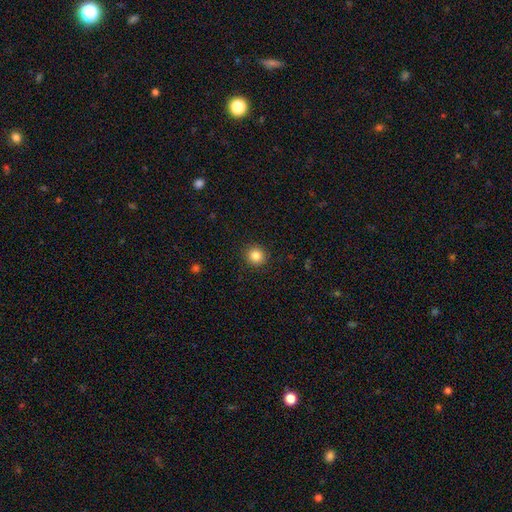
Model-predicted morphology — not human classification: This is clearly a smooth galaxy (85%). How rounded: clearly round (92%). Merging: clearly none (92%).